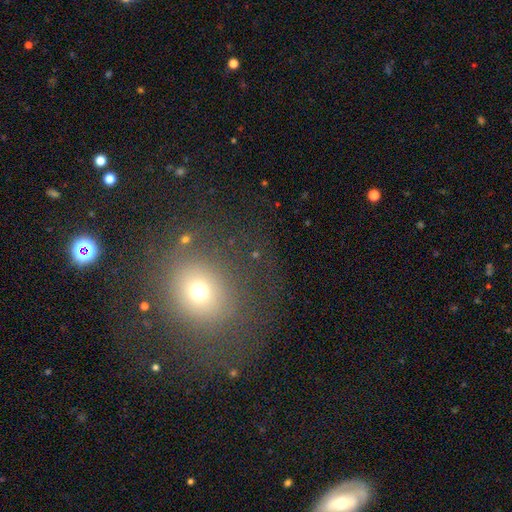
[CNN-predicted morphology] Overall: smooth (60%; star or artifact 24%). How rounded: round (83%). Merging: none (73%).